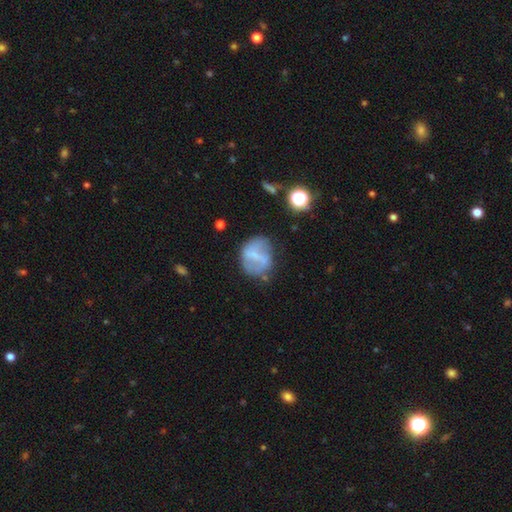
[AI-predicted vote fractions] Q: Smooth or featured?
A: featured or disk (52%); runner-up: smooth (39%)
Q: Edge-on disk?
A: no (96%); runner-up: yes (4%)
Q: Merging?
A: none (59%); runner-up: minor disturbance (22%)